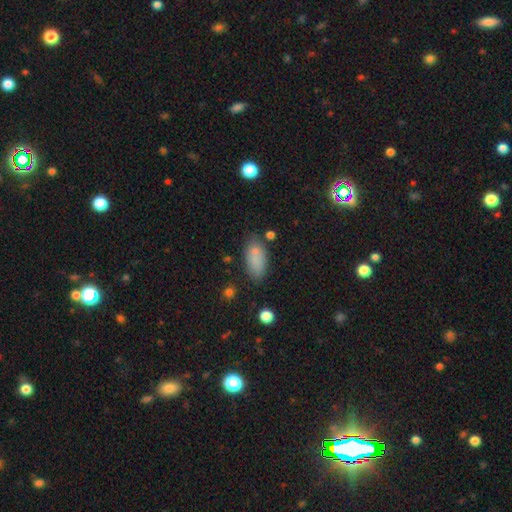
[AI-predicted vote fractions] The model was most divided on "smooth or featured": smooth: 78%, star or artifact: 15%, featured or disk: 7%. More confident: how rounded — in between (87%); merging — none (79%).